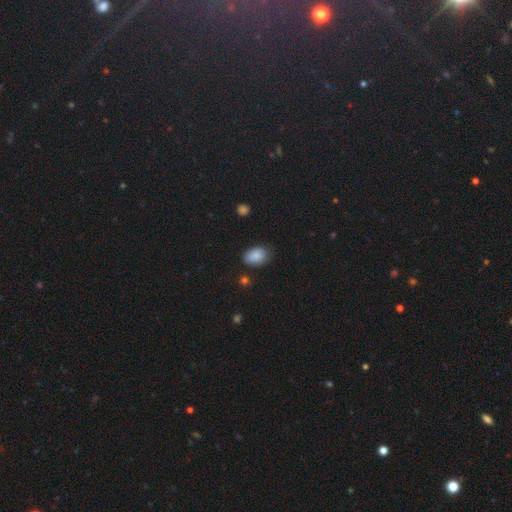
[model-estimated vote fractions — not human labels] Smooth or featured? smooth (87%)
How rounded? in between (85%)
Merging? none (75%)